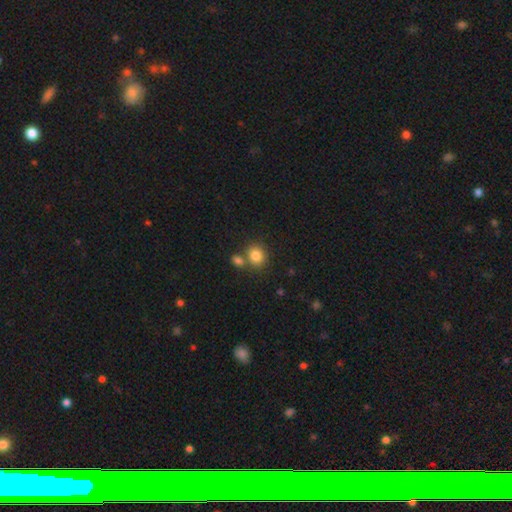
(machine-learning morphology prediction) smooth 84%, star or artifact 10%, featured or disk 6%. Down the decision tree: how rounded — round (74%); merging — none (61%).